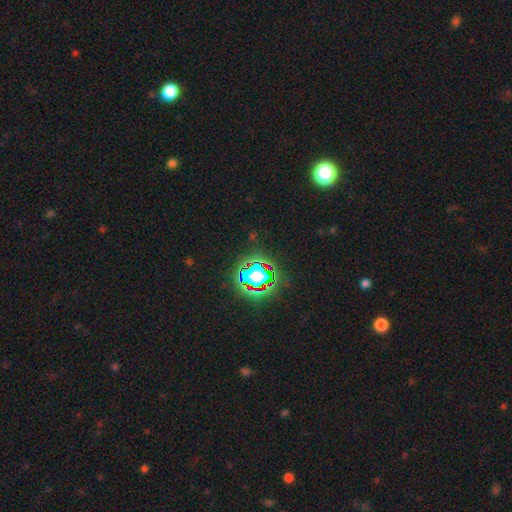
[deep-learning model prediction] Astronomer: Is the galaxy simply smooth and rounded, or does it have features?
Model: star or artifact — 81%.